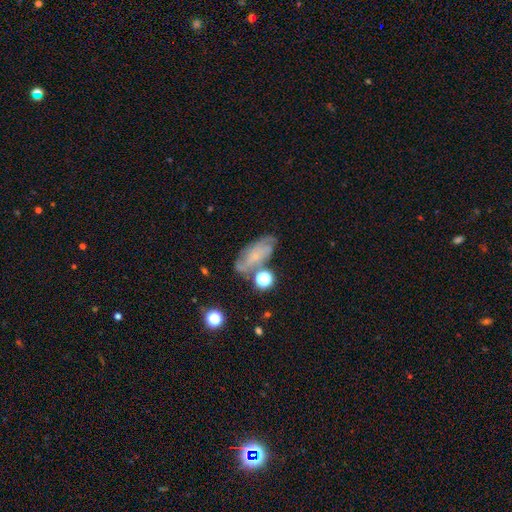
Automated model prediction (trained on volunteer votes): featured or disk 51%, smooth 36%, star or artifact 14%. Down the decision tree: edge-on disk — no (88%); merging — none (56%).